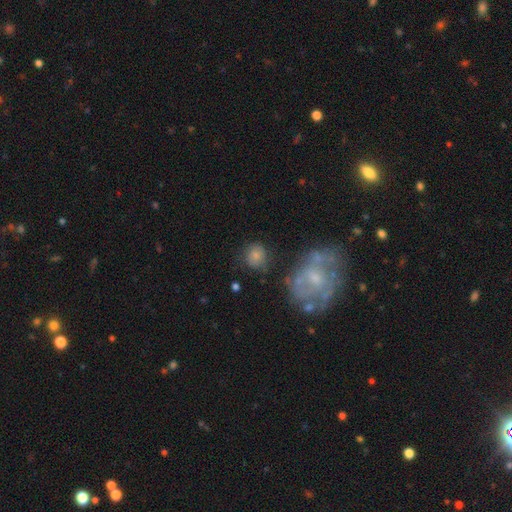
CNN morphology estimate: This appears to be a smooth galaxy with no disk features (72%) that is round (80%). Merging: none (69%).